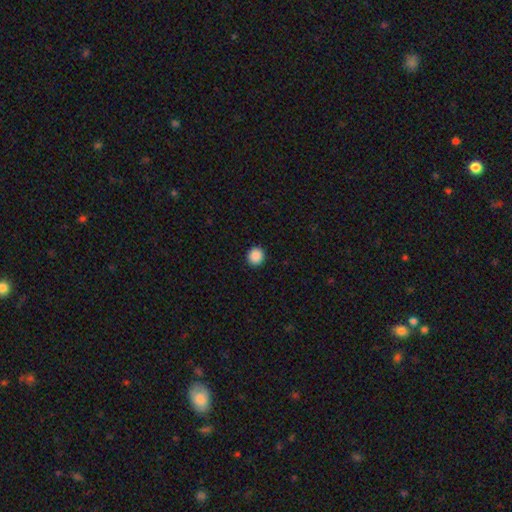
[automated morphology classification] Smooth or featured: smooth — 89% (star or artifact — 9%)
How rounded: round — 91% (in between — 9%)
Merging: none — 93% (minor disturbance — 5%)